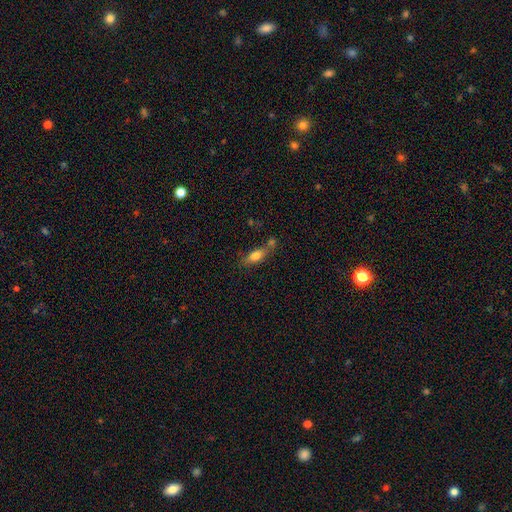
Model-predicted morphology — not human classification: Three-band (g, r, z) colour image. It shows a smooth galaxy with no disk features (74%) that is in between round and cigar-shaped (68%). Merging: none (49%).